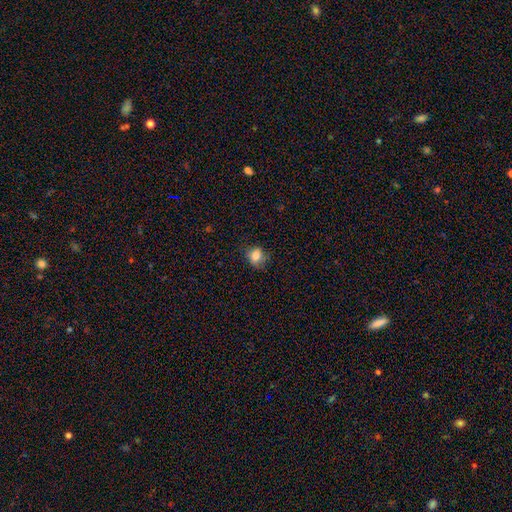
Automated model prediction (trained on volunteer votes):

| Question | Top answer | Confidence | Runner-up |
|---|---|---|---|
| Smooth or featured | smooth | 82% | star or artifact (11%) |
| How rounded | round | 61% | in between (38%) |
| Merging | none | 73% | minor disturbance (21%) |